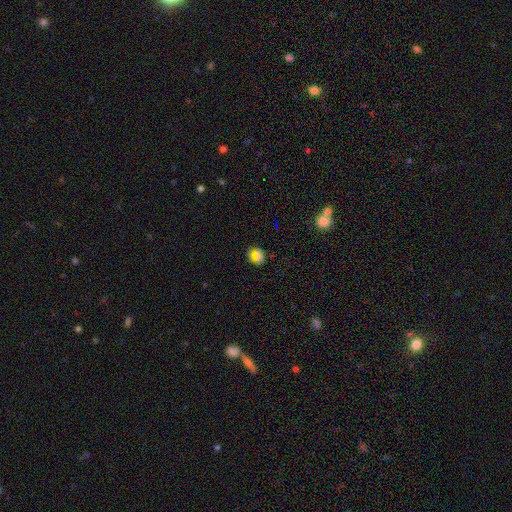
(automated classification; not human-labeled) Q: Smooth or featured?
A: smooth (59%); runner-up: star or artifact (22%)
Q: How rounded?
A: round (66%); runner-up: in between (32%)
Q: Merging?
A: none (68%); runner-up: minor disturbance (20%)